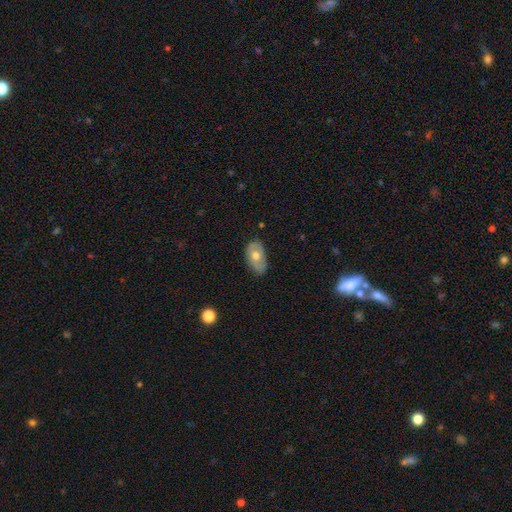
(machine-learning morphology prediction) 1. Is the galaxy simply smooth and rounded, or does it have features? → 48% smooth, 45% featured or disk, 6% star or artifact.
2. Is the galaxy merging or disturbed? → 75% none, 20% minor disturbance, 4% major disturbance, 1% merger.